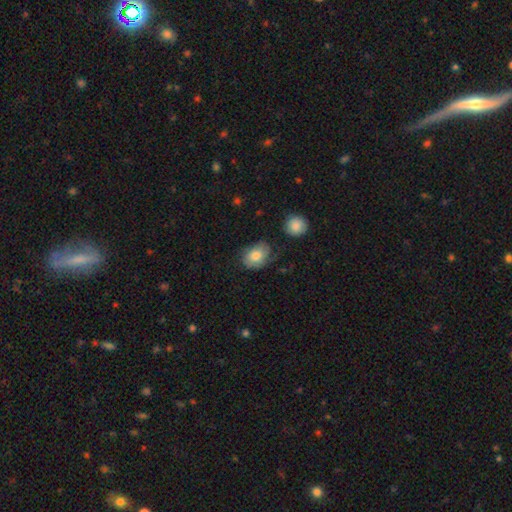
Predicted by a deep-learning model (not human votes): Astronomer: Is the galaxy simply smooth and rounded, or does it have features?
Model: smooth — 69%.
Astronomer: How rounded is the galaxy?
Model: in between — 68%.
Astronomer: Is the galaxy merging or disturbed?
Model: none — 55%.